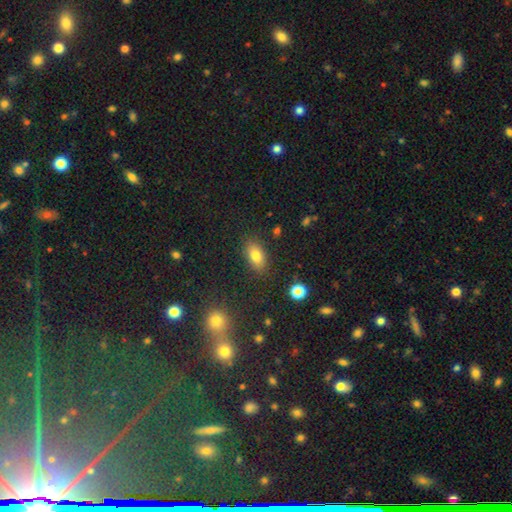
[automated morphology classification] Smooth or featured?
  - smooth: 79% *
  - star or artifact: 12%
  - featured or disk: 9%
How rounded?
  - in between: 86% *
  - round: 9%
  - cigar-shaped: 5%
Merging?
  - none: 85% *
  - minor disturbance: 10%
  - major disturbance: 3%
  - merger: 2%